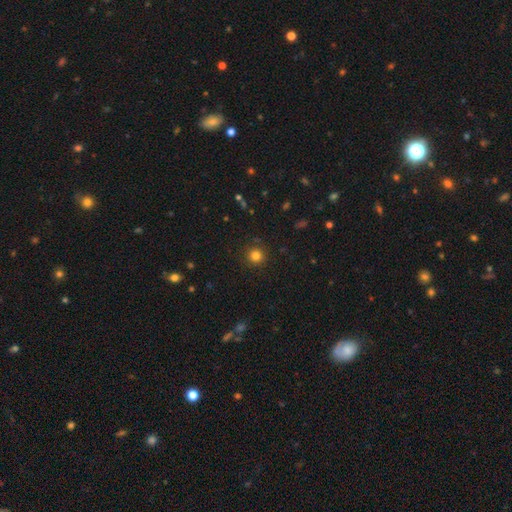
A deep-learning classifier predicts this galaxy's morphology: smooth_or_featured: smooth (p=0.81) [alt: star or artifact p=0.14]
how_rounded: round (p=0.94) [alt: in between p=0.05]
merging: none (p=0.90) [alt: minor disturbance p=0.06]